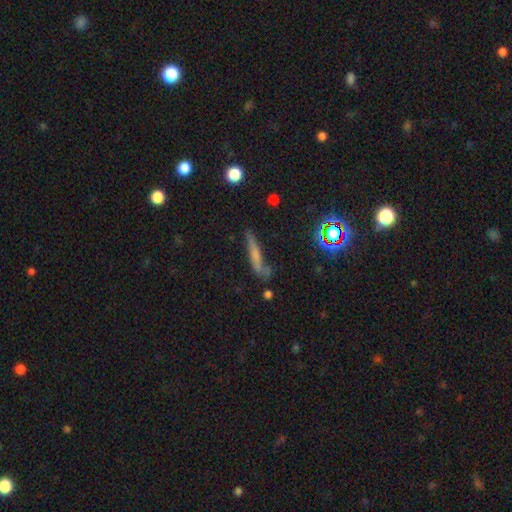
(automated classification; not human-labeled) A smooth galaxy with no disk features (48%). Merging: none (56%).